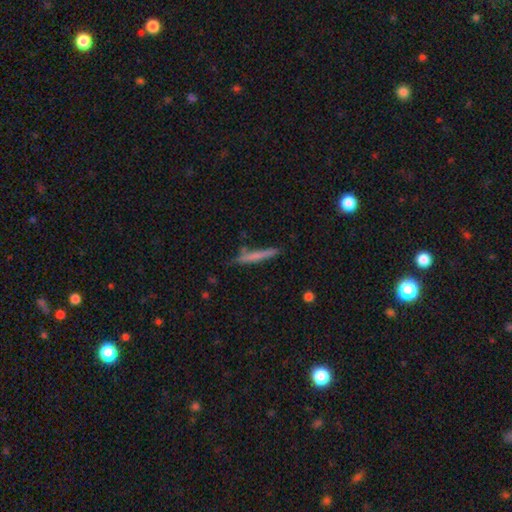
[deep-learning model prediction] Morphology: type=smooth (64%); roundness=cigar-shaped (95%); merging=none (76%).